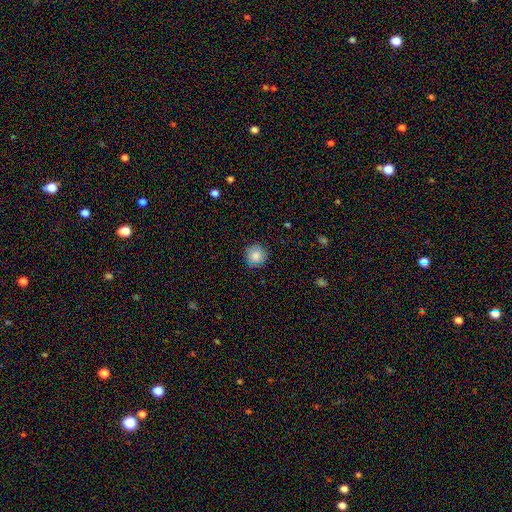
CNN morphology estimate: smooth_or_featured: smooth (p=0.84) [alt: star or artifact p=0.09]
how_rounded: round (p=0.94) [alt: in between p=0.05]
merging: none (p=0.87) [alt: minor disturbance p=0.09]